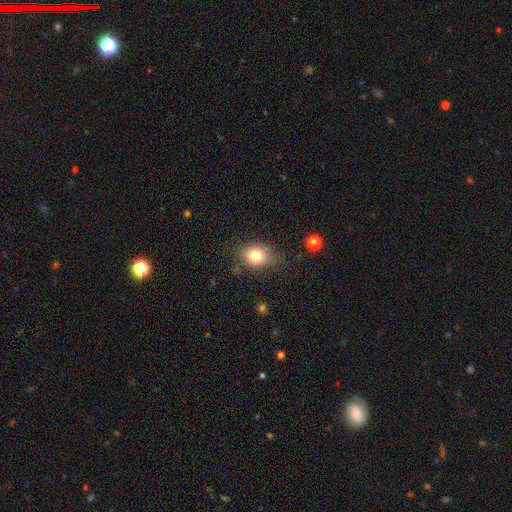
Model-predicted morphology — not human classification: Q: Smooth or featured?
A: smooth (78%); runner-up: featured or disk (11%)
Q: How rounded?
A: in between (53%); runner-up: round (46%)
Q: Merging?
A: none (69%); runner-up: minor disturbance (22%)